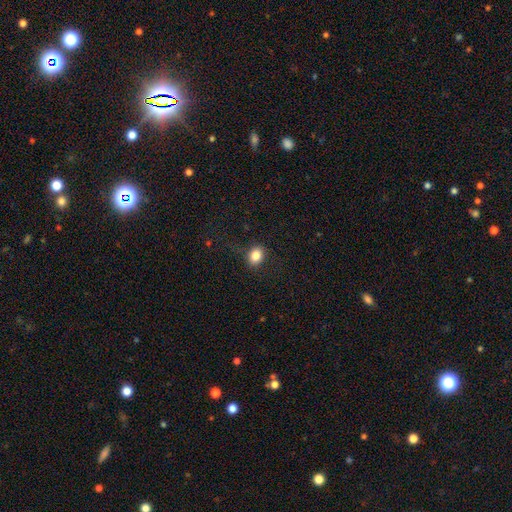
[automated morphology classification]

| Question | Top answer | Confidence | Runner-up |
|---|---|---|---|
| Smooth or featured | smooth | 84% | star or artifact (10%) |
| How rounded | in between | 53% | round (45%) |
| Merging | none | 82% | minor disturbance (12%) |